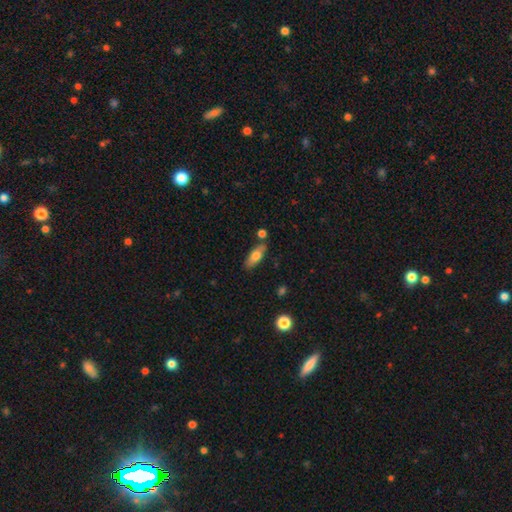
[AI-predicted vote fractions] A smooth galaxy with no disk features (70%) that is in between round and cigar-shaped (68%).

Vote fractions:
- Smooth or featured? smooth: 70% / featured or disk: 24% / star or artifact: 7%
- How rounded? in between: 68% / cigar-shaped: 30% / round: 3%
- Merging? none: 77% / minor disturbance: 13% / merger: 7% / major disturbance: 3%